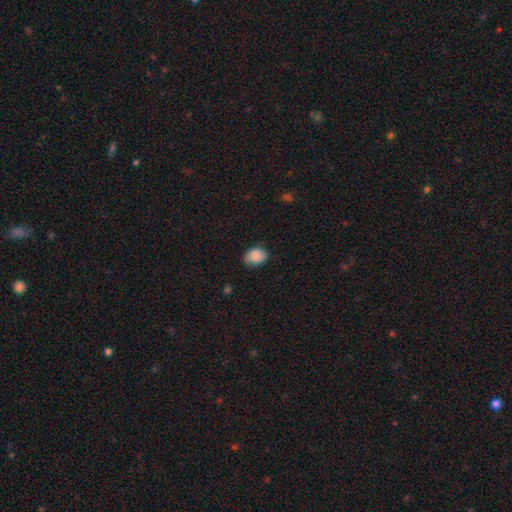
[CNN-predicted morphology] smooth_or_featured: smooth (p=0.79) [alt: featured or disk p=0.13]
how_rounded: in between (p=0.67) [alt: round p=0.32]
merging: none (p=0.71) [alt: minor disturbance p=0.23]